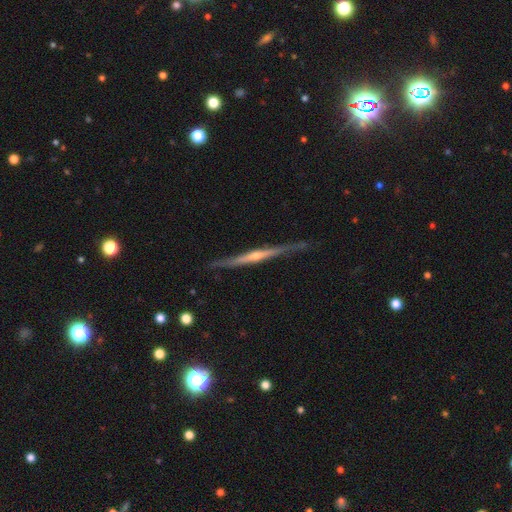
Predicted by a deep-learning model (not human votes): Q: Smooth or featured?
A: featured or disk (81%); runner-up: smooth (13%)
Q: Edge-on disk?
A: yes (98%); runner-up: no (2%)
Q: Edge-on bulge?
A: rounded (71%); runner-up: none (23%)
Q: Merging?
A: none (84%); runner-up: minor disturbance (12%)